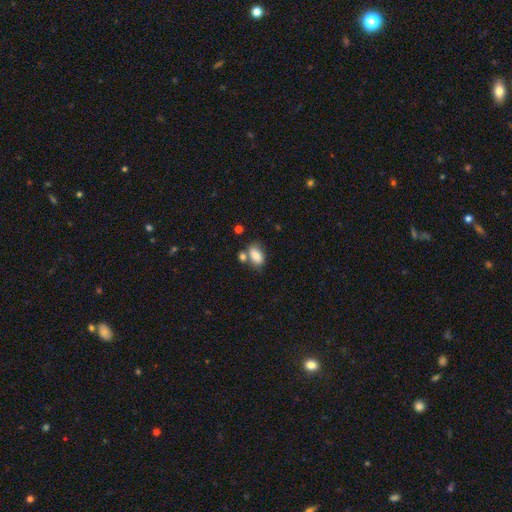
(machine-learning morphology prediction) Q: Smooth or featured?
A: smooth (83%); runner-up: featured or disk (9%)
Q: How rounded?
A: in between (87%); runner-up: round (10%)
Q: Merging?
A: none (48%); runner-up: merger (29%)